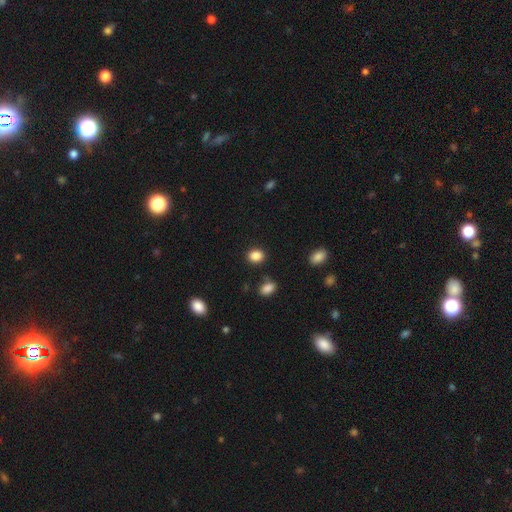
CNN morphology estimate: Overall: smooth (87%). How rounded: round (53%; in between 46%). Merging: none (84%).